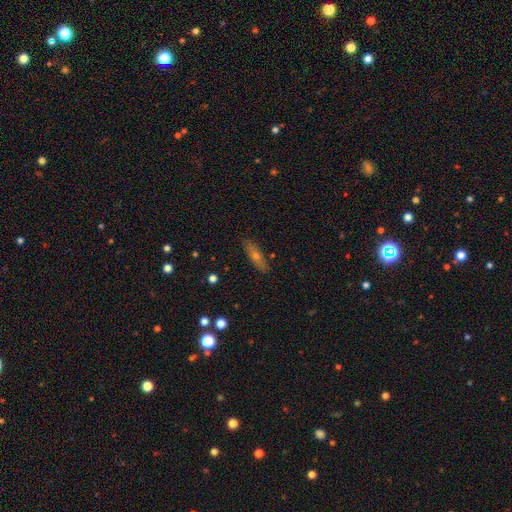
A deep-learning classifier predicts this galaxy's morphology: This is possibly a smooth galaxy (48%). Merging: clearly none (86%).